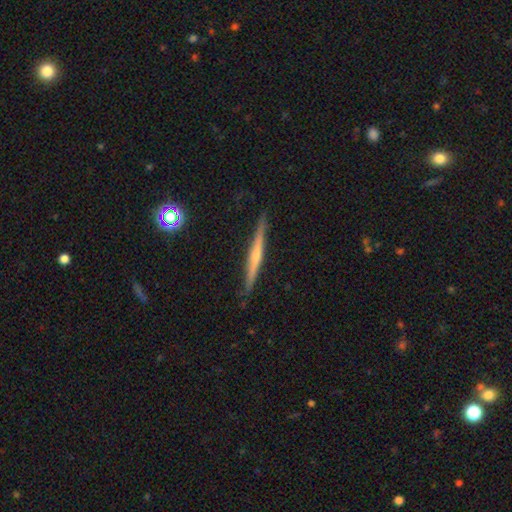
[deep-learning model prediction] Q: Smooth or featured?
A: featured or disk (64%); runner-up: smooth (29%)
Q: Edge-on disk?
A: yes (98%); runner-up: no (2%)
Q: Edge-on bulge?
A: rounded (54%); runner-up: none (37%)
Q: Merging?
A: none (88%); runner-up: minor disturbance (9%)